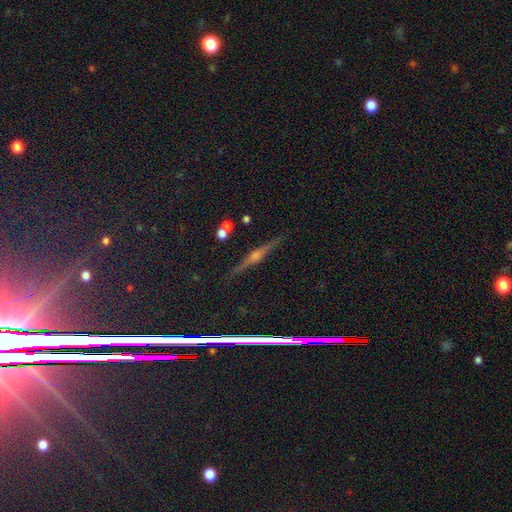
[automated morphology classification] type=featured or disk (63%); edge-on=yes (93%); edge-on bulge=rounded (84%); merging=none (85%).